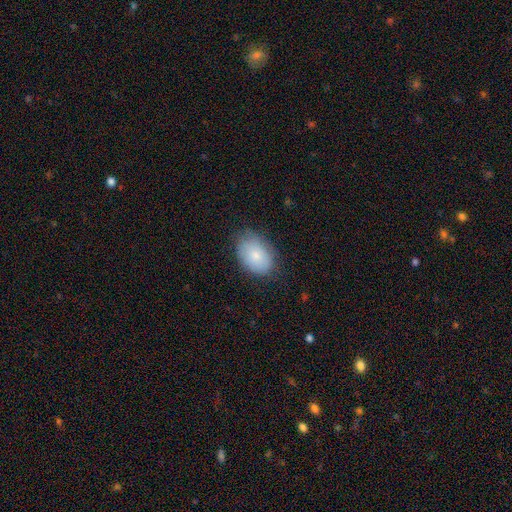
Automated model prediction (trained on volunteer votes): Smooth or featured?
  - smooth: 79% *
  - featured or disk: 14%
  - star or artifact: 7%
How rounded?
  - in between: 84% *
  - round: 15%
  - cigar-shaped: 1%
Merging?
  - none: 75% *
  - minor disturbance: 20%
  - major disturbance: 5%
  - merger: 1%